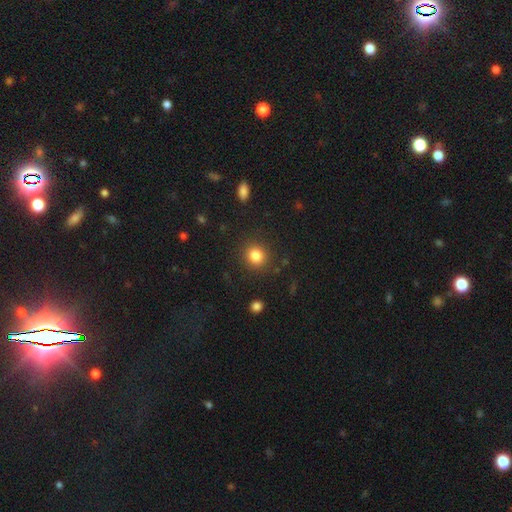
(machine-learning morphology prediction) A smooth galaxy with no disk features (84%) that is round (87%). Merging: none (89%).